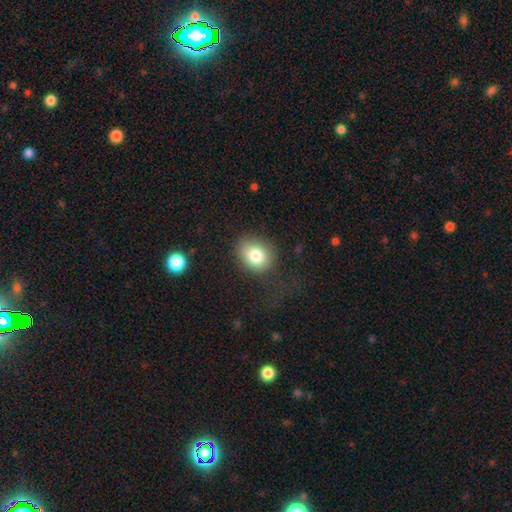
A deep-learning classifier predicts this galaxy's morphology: This appears to be a smooth galaxy with no disk features (79%) that is round (58%). Merging: none (69%).